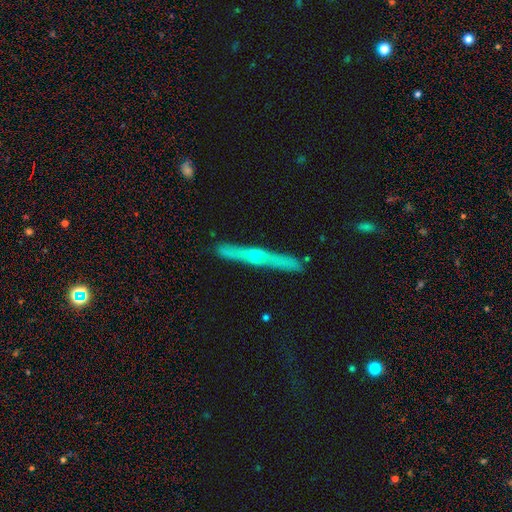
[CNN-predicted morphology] A featured or disk galaxy (72%) viewed edge-on (96%) with a rounded central bulge (82%).

Vote fractions:
- Smooth or featured? featured or disk: 72% / smooth: 21% / star or artifact: 7%
- Edge-on disk? yes: 96% / no: 4%
- Edge-on bulge? rounded: 82% / none: 15% / boxy: 3%
- Merging? none: 87% / minor disturbance: 10% / major disturbance: 2% / merger: 1%